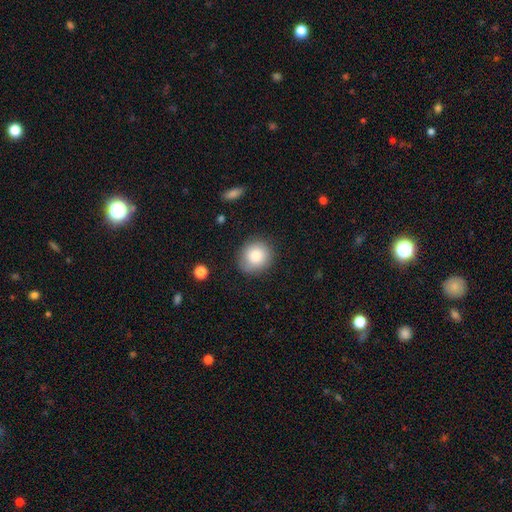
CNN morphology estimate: smooth_or_featured: smooth (p=0.83) [alt: featured or disk p=0.09]
how_rounded: round (p=0.86) [alt: in between p=0.13]
merging: none (p=0.84) [alt: minor disturbance p=0.12]